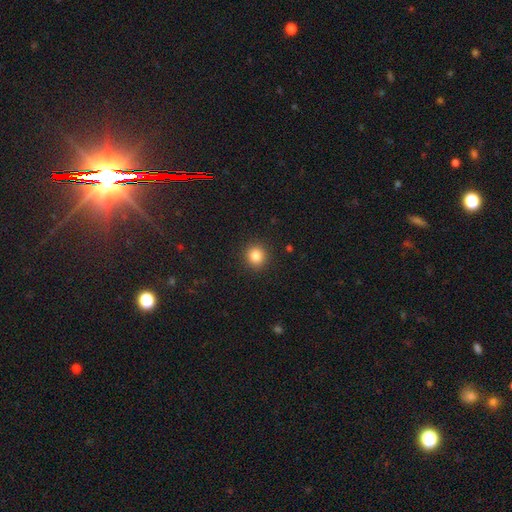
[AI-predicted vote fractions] This is clearly a smooth galaxy (84%). How rounded: clearly round (89%). Merging: clearly none (91%).